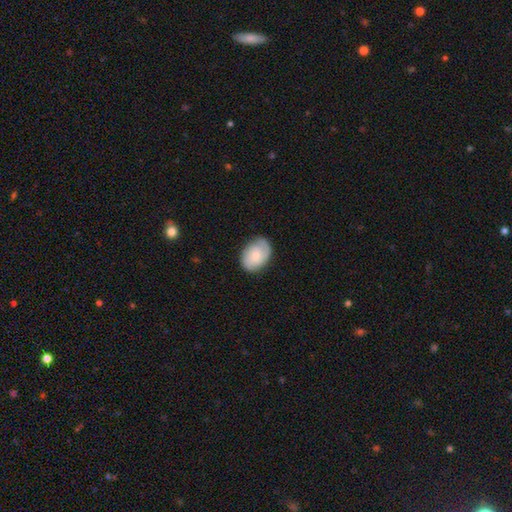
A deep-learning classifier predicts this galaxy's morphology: A smooth galaxy with no disk features (51%) that is in between round and cigar-shaped (73%).

Vote fractions:
- Smooth or featured? smooth: 51% / featured or disk: 42% / star or artifact: 6%
- How rounded? in between: 73% / round: 26% / cigar-shaped: 1%
- Merging? none: 75% / minor disturbance: 19% / major disturbance: 5% / merger: 1%